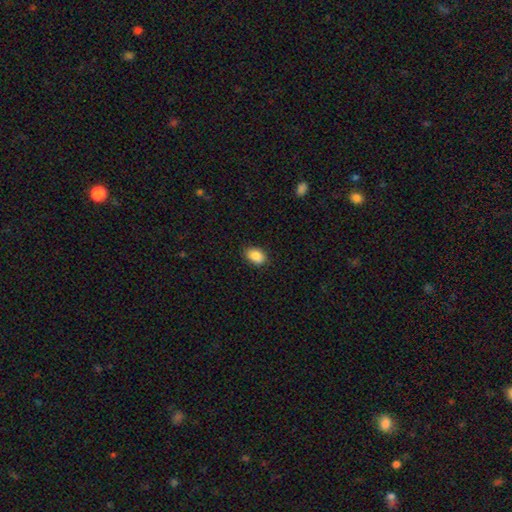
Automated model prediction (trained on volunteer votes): Smooth or featured? Predicted: smooth (p=0.89). How rounded? Predicted: in between (p=0.86). Merging? Predicted: none (p=0.85).